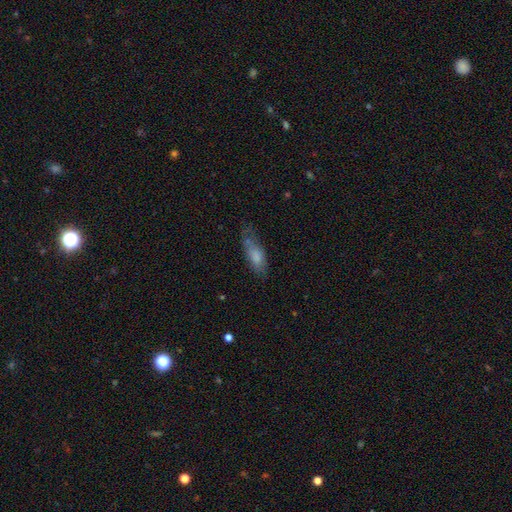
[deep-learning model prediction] Smooth or featured? Predicted: smooth (p=0.74). How rounded? Predicted: in between (p=0.65). Merging? Predicted: none (p=0.47).